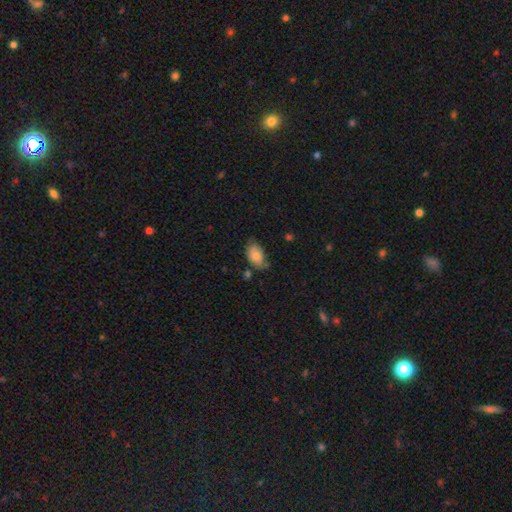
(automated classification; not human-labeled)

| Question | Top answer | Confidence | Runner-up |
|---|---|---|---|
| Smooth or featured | smooth | 84% | featured or disk (10%) |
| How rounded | in between | 92% | round (6%) |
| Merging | none | 62% | minor disturbance (27%) |